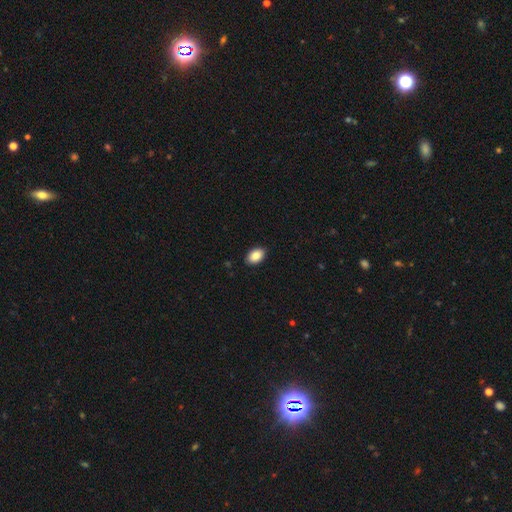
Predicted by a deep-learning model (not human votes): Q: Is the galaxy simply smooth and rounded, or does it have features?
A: smooth — 88%.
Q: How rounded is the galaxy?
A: in between — 90%.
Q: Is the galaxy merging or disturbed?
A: none — 90%.